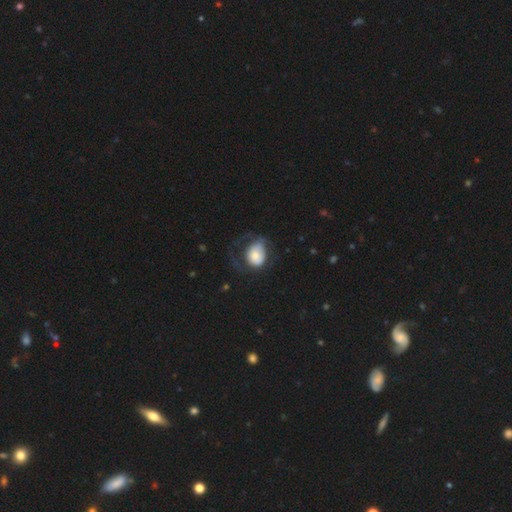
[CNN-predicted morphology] This appears to be a smooth galaxy with no disk features (63%) that is in between round and cigar-shaped (52%). Merging: major disturbance (40%).